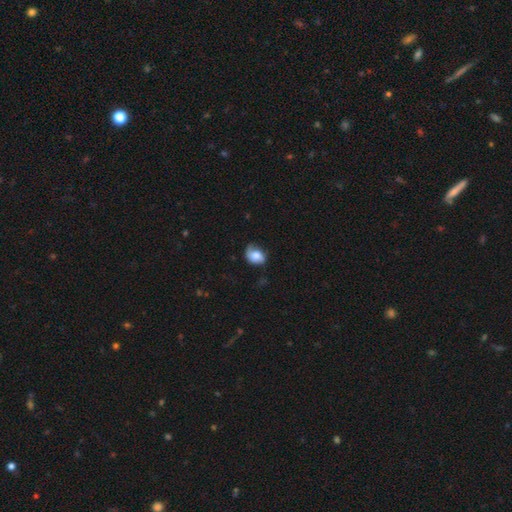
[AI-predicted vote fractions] Smooth or featured? smooth (68%)
How rounded? in between (66%)
Merging? none (50%)